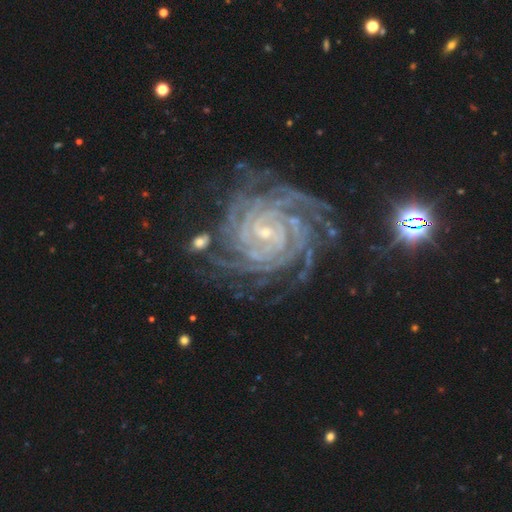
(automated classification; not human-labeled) Q: Smooth or featured?
A: featured or disk (92%); runner-up: star or artifact (5%)
Q: Edge-on disk?
A: no (98%); runner-up: yes (2%)
Q: Bar?
A: no (46%); runner-up: weak (35%)
Q: Spiral arms?
A: yes (99%); runner-up: no (1%)
Q: Spiral winding?
A: tight (85%); runner-up: medium (13%)
Q: Spiral arm count?
A: 4 (25%); runner-up: more than 4 (24%)
Q: Bulge size?
A: small (81%); runner-up: moderate (15%)
Q: Merging?
A: none (71%); runner-up: minor disturbance (18%)